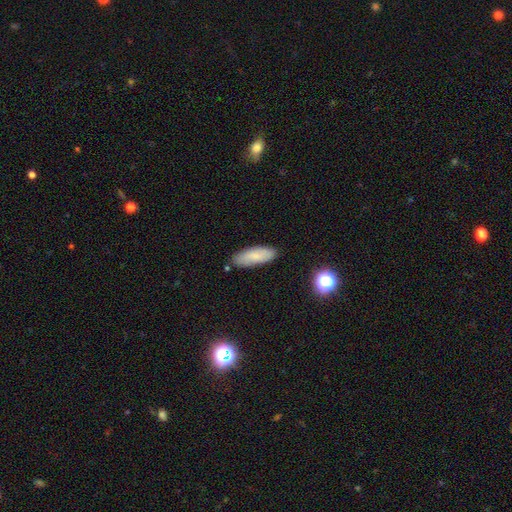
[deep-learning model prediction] A smooth galaxy with no disk features (75%) that is in between round and cigar-shaped (65%). Merging: none (83%).